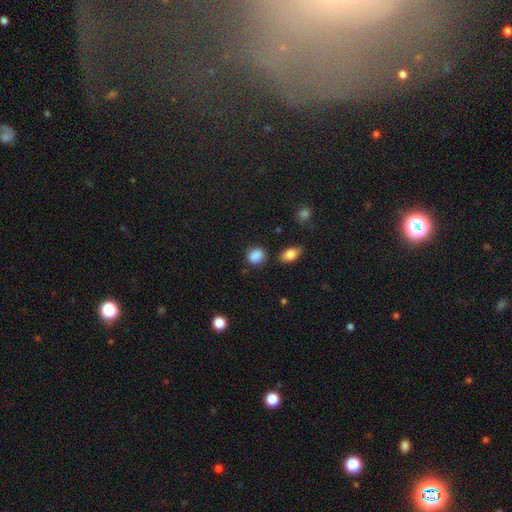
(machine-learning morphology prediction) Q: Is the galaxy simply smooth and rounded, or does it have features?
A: smooth — 87%.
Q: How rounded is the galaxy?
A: round — 54%.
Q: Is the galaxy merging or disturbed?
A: none — 76%.